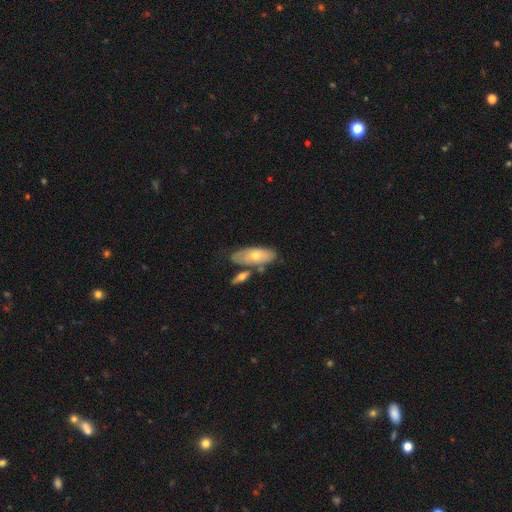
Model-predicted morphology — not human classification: A smooth galaxy with no disk features (54%) that is in between round and cigar-shaped (84%).

Vote fractions:
- Smooth or featured? smooth: 54% / featured or disk: 40% / star or artifact: 6%
- How rounded? in between: 84% / cigar-shaped: 13% / round: 3%
- Merging? none: 61% / minor disturbance: 17% / merger: 17% / major disturbance: 5%